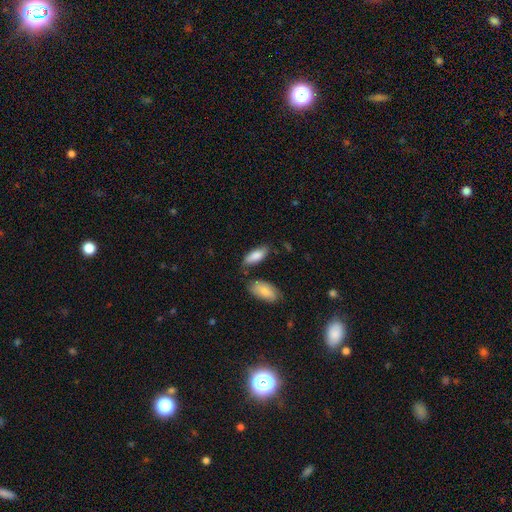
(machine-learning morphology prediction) smooth_or_featured: smooth (p=0.83) [alt: featured or disk p=0.11]
how_rounded: in between (p=0.75) [alt: cigar-shaped p=0.23]
merging: none (p=0.68) [alt: minor disturbance p=0.19]